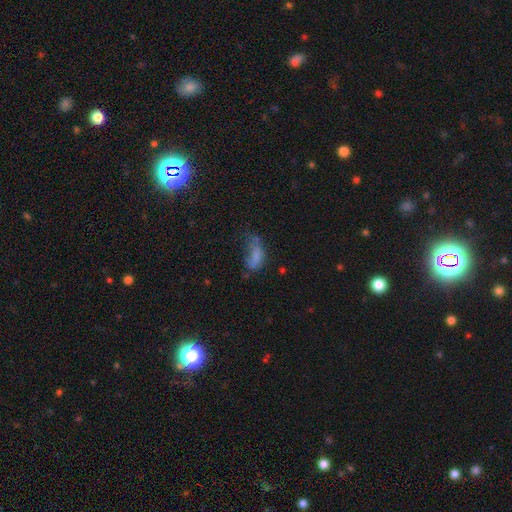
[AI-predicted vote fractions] Morphology: type=smooth (61%); roundness=in between (85%); merging=major disturbance (41%).